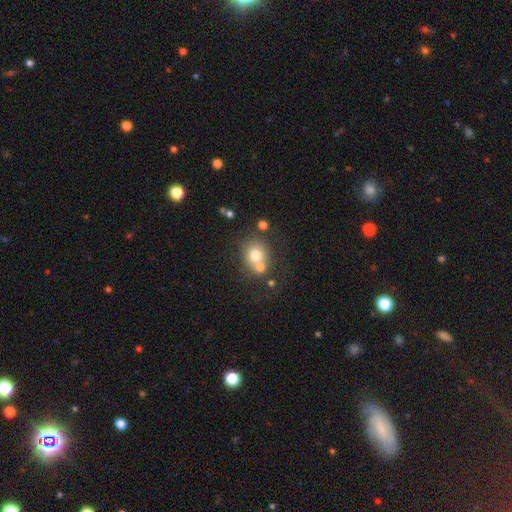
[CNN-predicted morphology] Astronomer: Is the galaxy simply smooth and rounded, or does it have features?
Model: smooth — 72%.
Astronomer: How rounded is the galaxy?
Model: round — 79%.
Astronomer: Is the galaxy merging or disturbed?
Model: none — 52% (runner-up: merger, 33%).